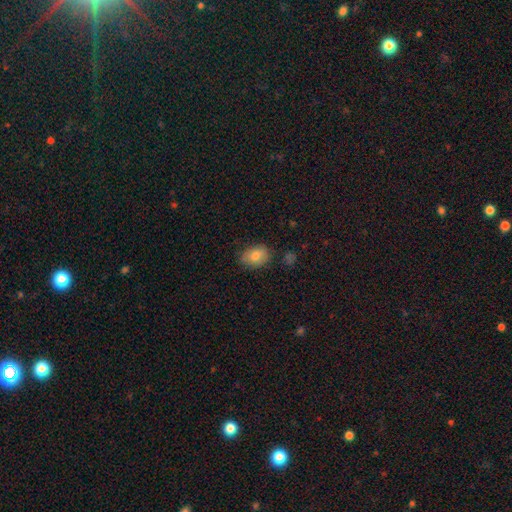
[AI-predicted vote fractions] The model was most divided on "merging": none: 79%, minor disturbance: 16%, major disturbance: 3%, merger: 2%. More confident: how rounded — in between (82%); smooth or featured — smooth (81%).